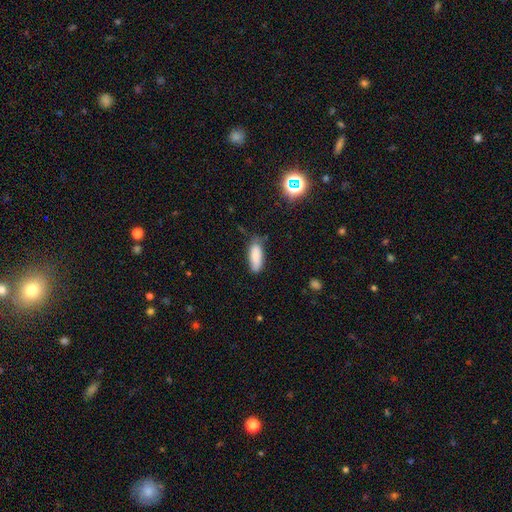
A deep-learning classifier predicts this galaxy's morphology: Overall: smooth (84%). How rounded: in between (71%). Merging: none (63%; minor disturbance 28%).